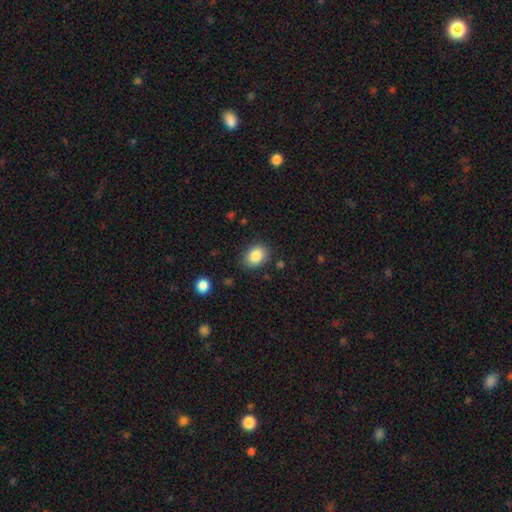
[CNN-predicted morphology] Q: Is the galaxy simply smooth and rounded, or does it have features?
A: smooth — 86%.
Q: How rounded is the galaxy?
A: in between — 60%.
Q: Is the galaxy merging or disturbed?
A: none — 85%.